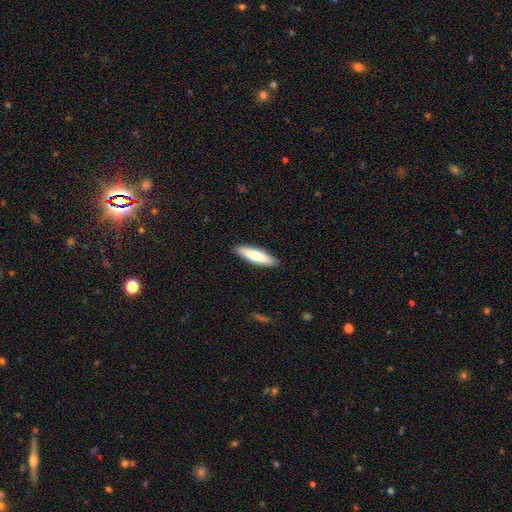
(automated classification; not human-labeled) Smooth or featured?
  - smooth: 78% *
  - featured or disk: 17%
  - star or artifact: 5%
How rounded?
  - cigar-shaped: 73% *
  - in between: 26%
  - round: 1%
Merging?
  - none: 90% *
  - minor disturbance: 8%
  - major disturbance: 2%
  - merger: 1%